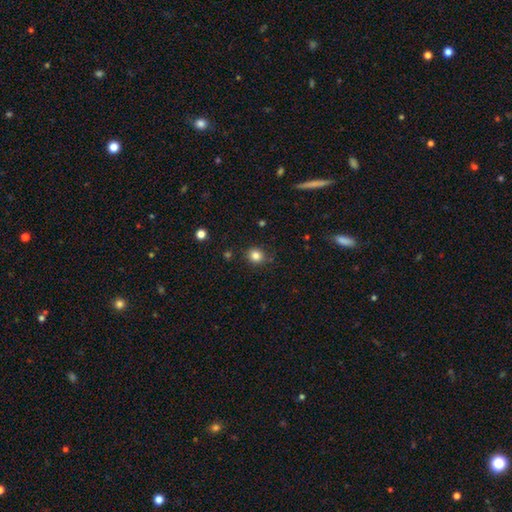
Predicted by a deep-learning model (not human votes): smooth-or-featured: smooth: 84% | star or artifact: 12% | featured or disk: 5%
  how-rounded: round: 83% | in between: 16% | cigar-shaped: 1%
  merging: none: 83% | minor disturbance: 12% | major disturbance: 3% | merger: 2%